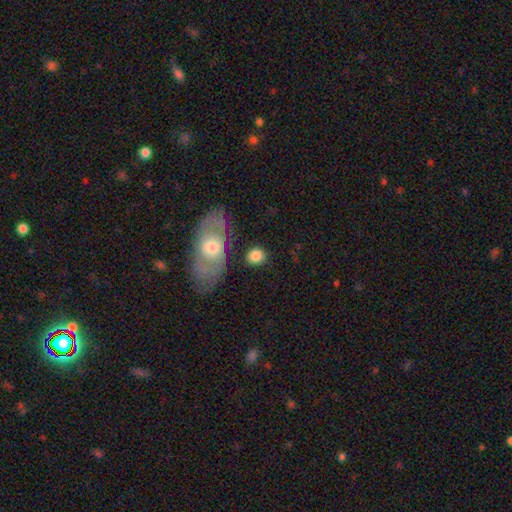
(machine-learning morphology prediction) A smooth galaxy with no disk features (80%) that is round (74%).

Vote fractions:
- Smooth or featured? smooth: 80% / featured or disk: 13% / star or artifact: 7%
- How rounded? round: 74% / in between: 23% / cigar-shaped: 2%
- Merging? none: 77% / minor disturbance: 11% / merger: 7% / major disturbance: 5%